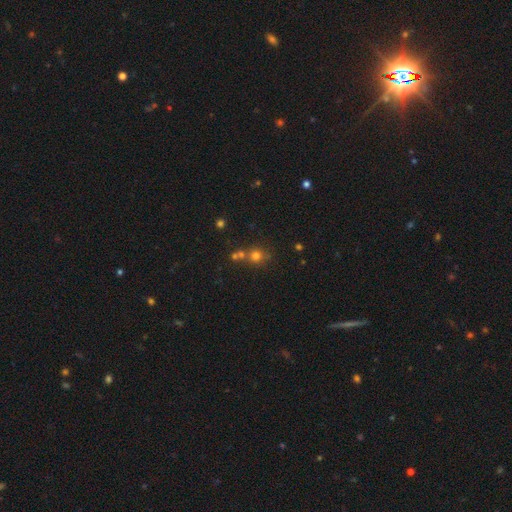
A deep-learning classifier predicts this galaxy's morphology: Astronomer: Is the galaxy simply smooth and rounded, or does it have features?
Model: smooth — 70%.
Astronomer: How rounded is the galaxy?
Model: round — 86%.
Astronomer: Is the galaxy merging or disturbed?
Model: none — 55% (runner-up: merger, 31%).